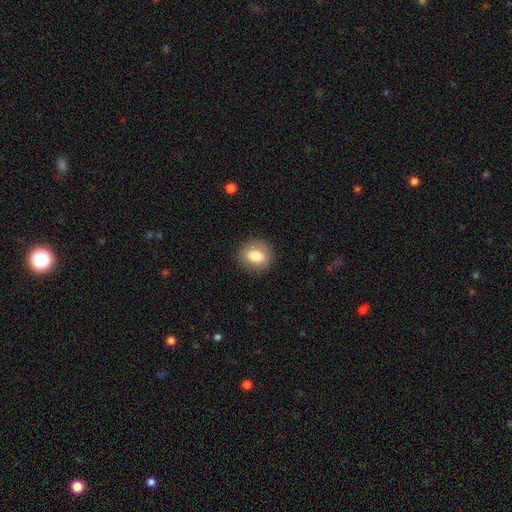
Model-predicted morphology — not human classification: A smooth galaxy with no disk features (78%) that is round (68%). Merging: none (88%).